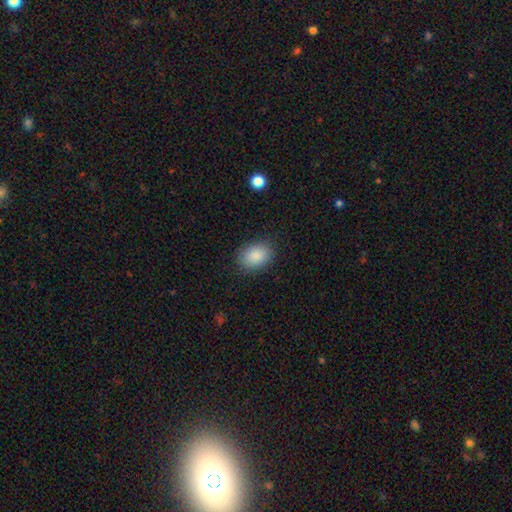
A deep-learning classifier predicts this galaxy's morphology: smooth-or-featured: smooth: 89% | star or artifact: 7% | featured or disk: 4%
  how-rounded: in between: 77% | round: 22% | cigar-shaped: 1%
  merging: none: 86% | minor disturbance: 10% | major disturbance: 3% | merger: 1%